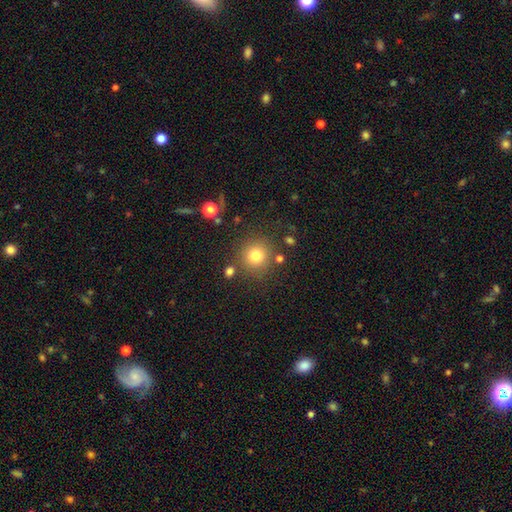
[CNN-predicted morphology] A smooth galaxy with no disk features (78%) that is round (93%).

Vote fractions:
- Smooth or featured? smooth: 78% / star or artifact: 13% / featured or disk: 8%
- How rounded? round: 93% / in between: 7% / cigar-shaped: 1%
- Merging? none: 82% / minor disturbance: 9% / merger: 5% / major disturbance: 4%